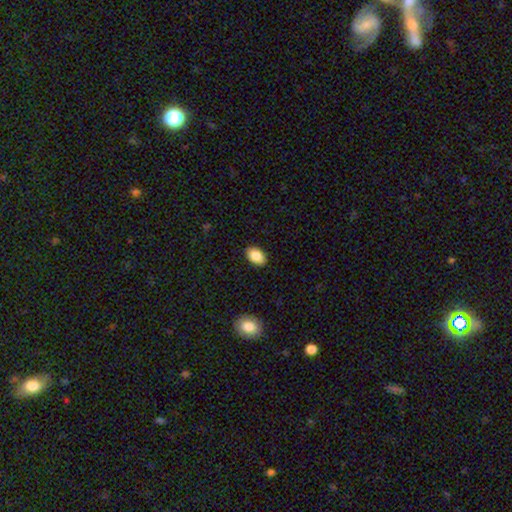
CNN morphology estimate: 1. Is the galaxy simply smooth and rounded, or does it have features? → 87% smooth, 8% star or artifact, 5% featured or disk.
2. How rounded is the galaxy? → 87% in between, 12% round, 1% cigar-shaped.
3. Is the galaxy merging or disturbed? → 89% none, 8% minor disturbance, 2% major disturbance, 1% merger.